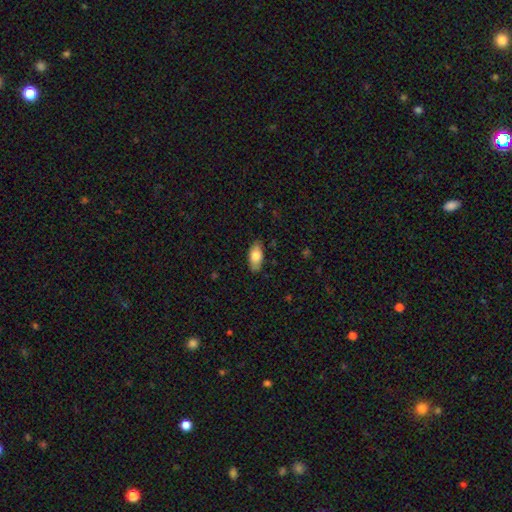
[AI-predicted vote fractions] A smooth galaxy with no disk features (78%) that is in between round and cigar-shaped (90%). Merging: none (85%).